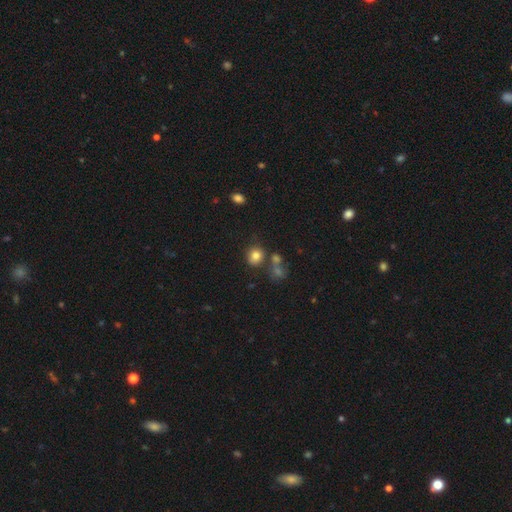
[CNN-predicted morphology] The model was most divided on "how rounded": round: 74%, in between: 25%, cigar-shaped: 1%. More confident: smooth or featured — smooth (80%); merging — none (69%).